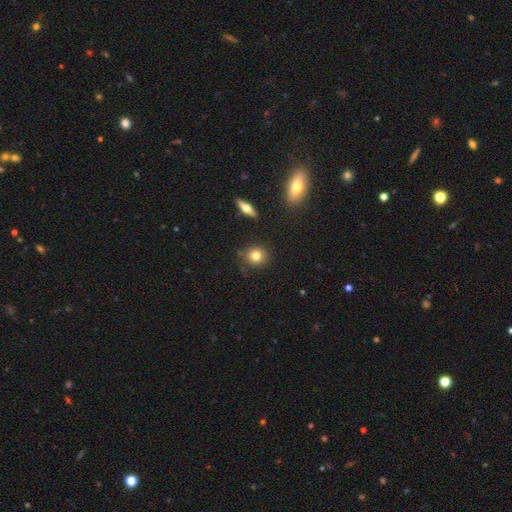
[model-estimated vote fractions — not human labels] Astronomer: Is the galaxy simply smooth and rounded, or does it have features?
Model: smooth — 78%.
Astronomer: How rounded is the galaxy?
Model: round — 87%.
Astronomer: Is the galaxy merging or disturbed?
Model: none — 83%.